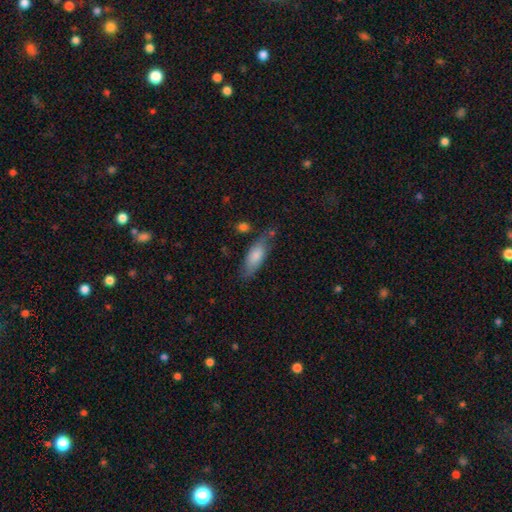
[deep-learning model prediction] Overall: smooth (74%). How rounded: in between (68%; cigar-shaped 30%). Merging: none (60%; minor disturbance 26%).